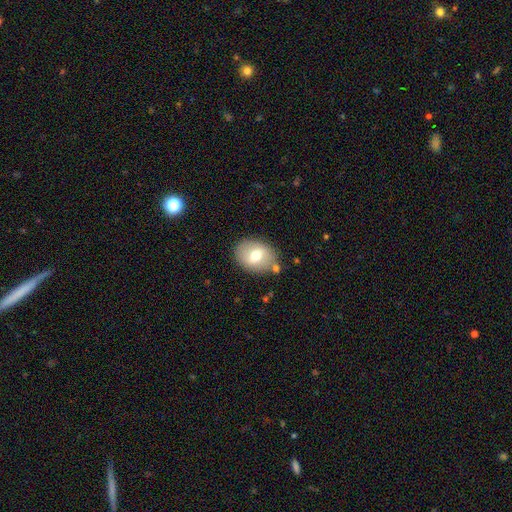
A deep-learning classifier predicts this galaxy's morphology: Smooth or featured? smooth (64%)
How rounded? in between (63%)
Merging? none (79%)